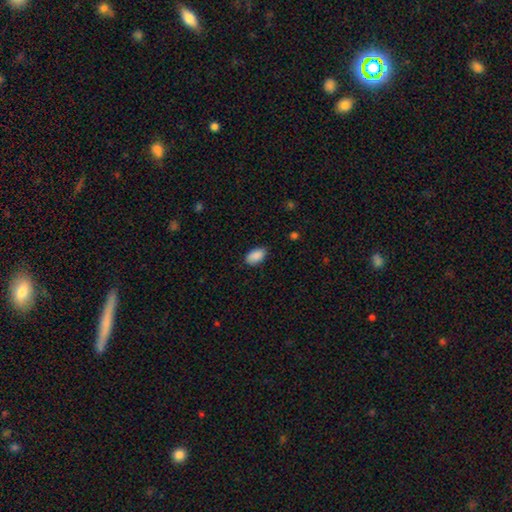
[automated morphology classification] smooth 90%, star or artifact 7%, featured or disk 3%. Down the decision tree: how rounded — in between (94%); merging — none (83%).